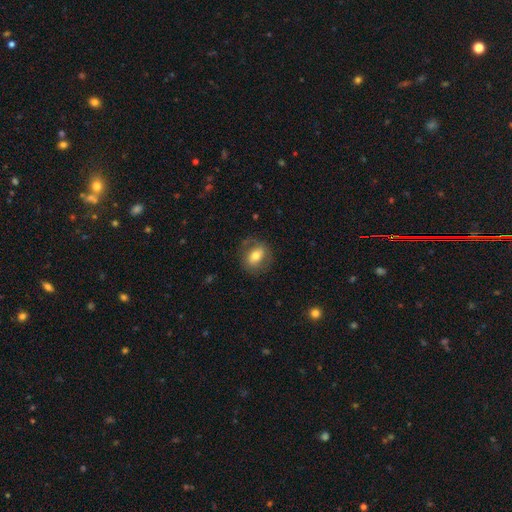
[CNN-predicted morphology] Smooth or featured?
  - smooth: 60% *
  - featured or disk: 32%
  - star or artifact: 8%
How rounded?
  - in between: 56% *
  - round: 42%
  - cigar-shaped: 2%
Merging?
  - none: 72% *
  - minor disturbance: 17%
  - major disturbance: 10%
  - merger: 1%